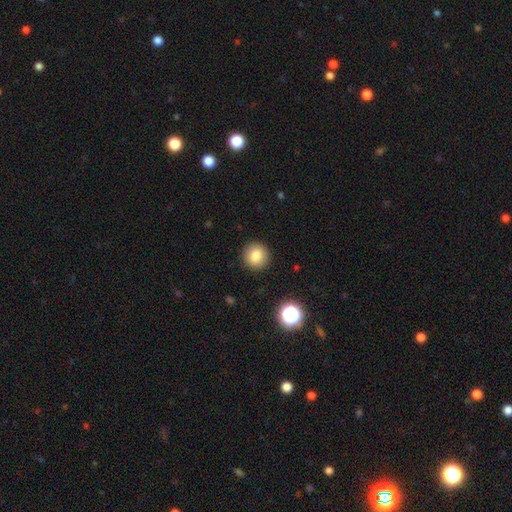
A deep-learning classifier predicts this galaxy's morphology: This appears to be a smooth galaxy with no disk features (83%) that is round (94%). Merging: none (92%).